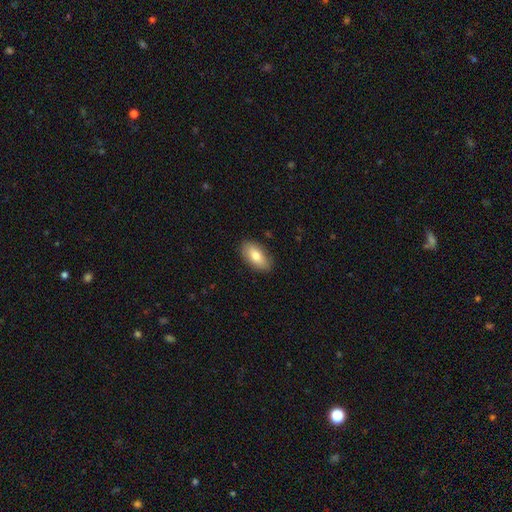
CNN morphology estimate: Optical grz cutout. It shows a smooth galaxy with no disk features (79%) that is in between round and cigar-shaped (90%). Merging: none (86%).